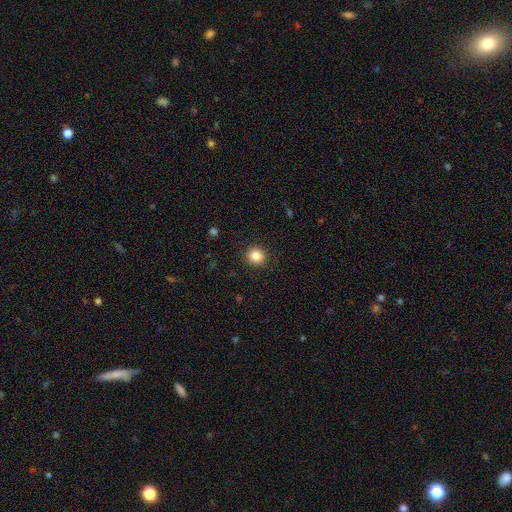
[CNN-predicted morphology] Smooth or featured: smooth — 85% (star or artifact — 11%)
How rounded: round — 89% (in between — 10%)
Merging: none — 91% (minor disturbance — 6%)